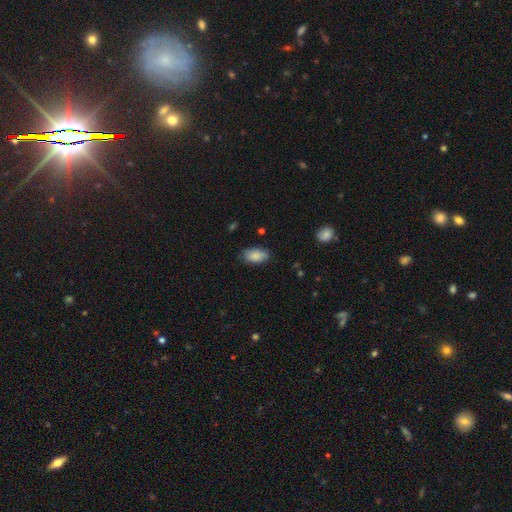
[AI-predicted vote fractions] Smooth or featured?
  - smooth: 86% *
  - featured or disk: 8%
  - star or artifact: 7%
How rounded?
  - in between: 94% *
  - round: 3%
  - cigar-shaped: 3%
Merging?
  - none: 81% *
  - minor disturbance: 15%
  - major disturbance: 3%
  - merger: 1%